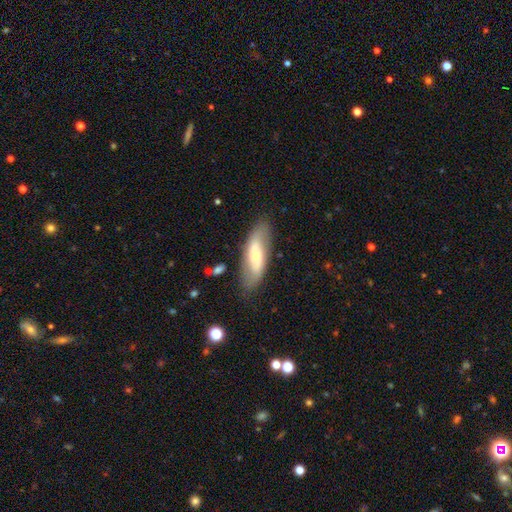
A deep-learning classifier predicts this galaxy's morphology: The model was most divided on "smooth or featured" (2-way tie): featured or disk: 47%, smooth: 47%, star or artifact: 6%. More confident: merging — none (80%).